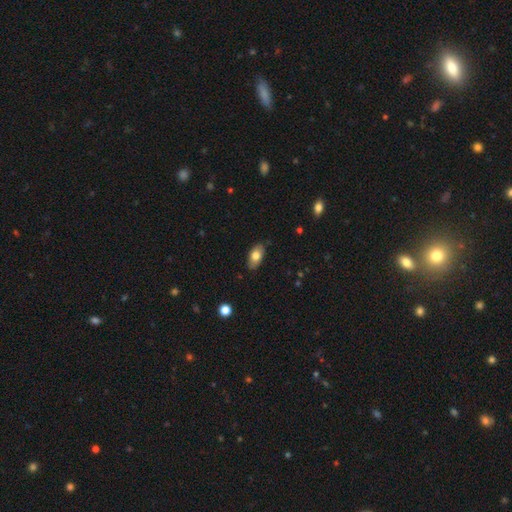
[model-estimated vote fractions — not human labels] Smooth or featured?
  - smooth: 77% *
  - featured or disk: 16%
  - star or artifact: 7%
How rounded?
  - in between: 92% *
  - round: 4%
  - cigar-shaped: 4%
Merging?
  - none: 84% *
  - minor disturbance: 13%
  - major disturbance: 2%
  - merger: 1%